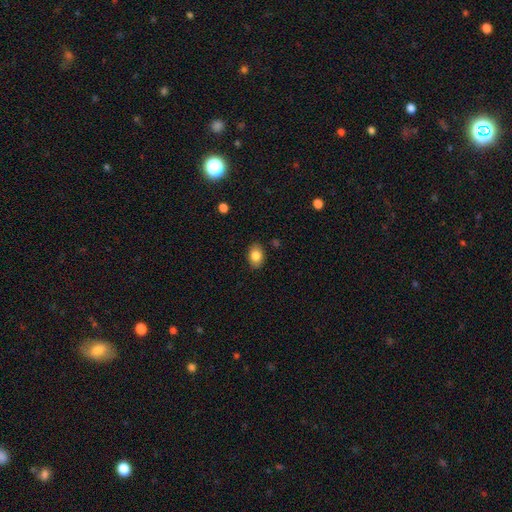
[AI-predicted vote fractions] smooth_or_featured: smooth (p=0.84) [alt: featured or disk p=0.08]
how_rounded: in between (p=0.79) [alt: round p=0.20]
merging: none (p=0.86) [alt: minor disturbance p=0.11]